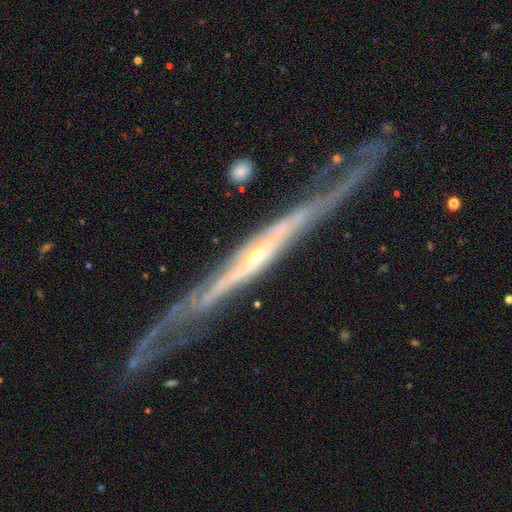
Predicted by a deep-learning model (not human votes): Smooth or featured: featured or disk — 88% (smooth — 7%)
Edge-on disk: yes — 71% (no — 29%)
Edge-on bulge: rounded — 61% (none — 34%)
Merging: none — 68% (minor disturbance — 19%)